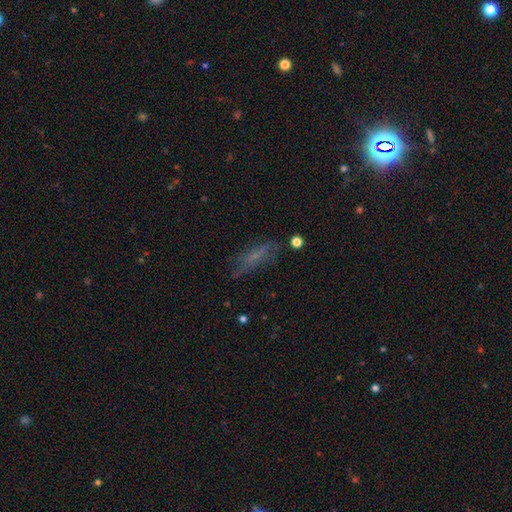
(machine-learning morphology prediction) Smooth or featured?
  - smooth: 51% *
  - featured or disk: 33%
  - star or artifact: 16%
How rounded?
  - cigar-shaped: 55% *
  - in between: 41%
  - round: 4%
Merging?
  - none: 64% *
  - minor disturbance: 22%
  - major disturbance: 11%
  - merger: 3%